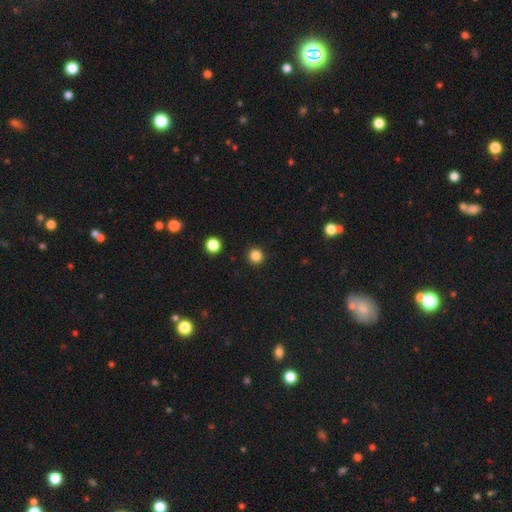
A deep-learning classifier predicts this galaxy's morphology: Smooth or featured: smooth — 84% (star or artifact — 13%)
How rounded: round — 95% (in between — 4%)
Merging: none — 93% (minor disturbance — 4%)